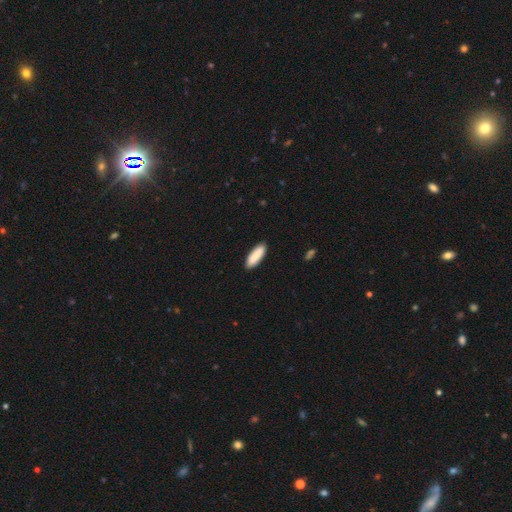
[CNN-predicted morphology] This appears to be a smooth galaxy with no disk features (89%) that is in between round and cigar-shaped (61%). Merging: none (90%).